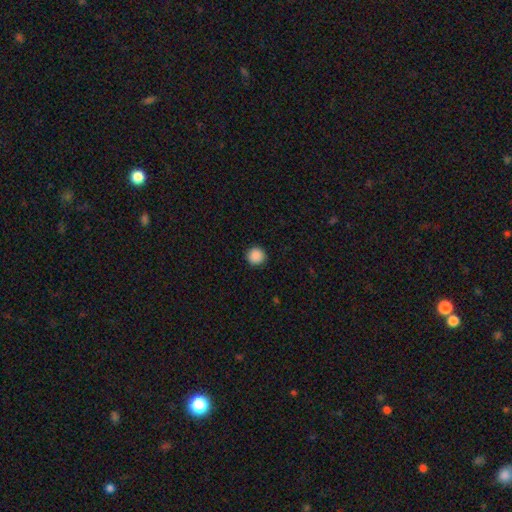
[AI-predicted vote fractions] smooth 89%, star or artifact 9%, featured or disk 2%. Down the decision tree: how rounded — round (95%); merging — none (92%).